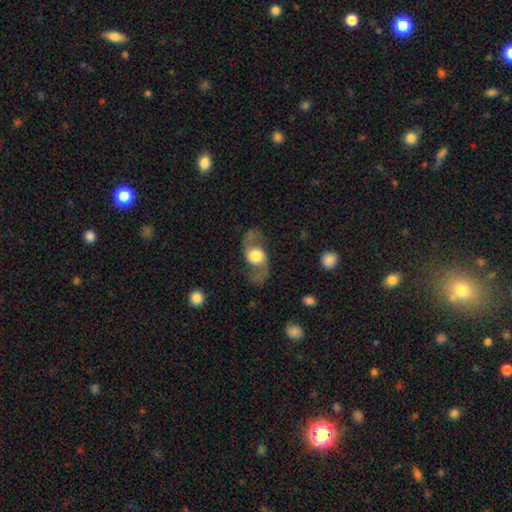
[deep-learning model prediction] This is likely a featured or disk galaxy (67%). It is clearly not viewed edge-on (89%). Bar: likely no (70%). Spiral arm pattern: likely yes (77%). Central bulge: possibly large (52%). Merging: likely none (69%).